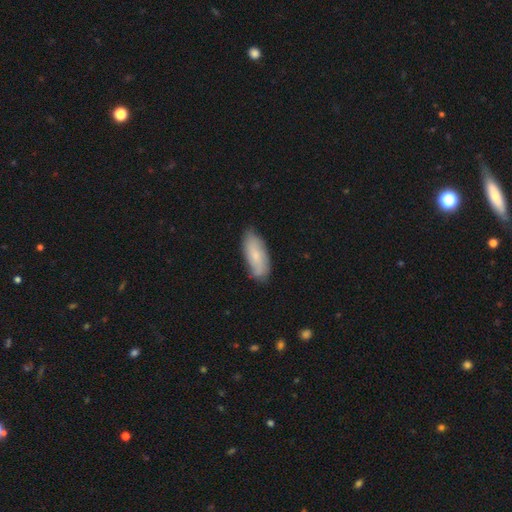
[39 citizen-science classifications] Smooth or featured? smooth (69%)
How rounded? in between (67%)
Merging? none (76%)